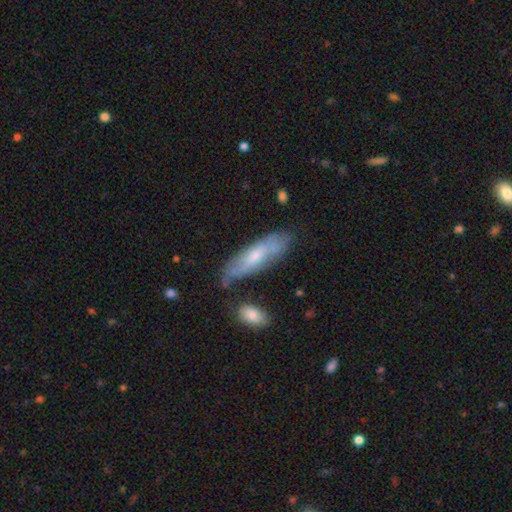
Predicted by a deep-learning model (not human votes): Q: Smooth or featured?
A: smooth (54%); runner-up: featured or disk (40%)
Q: How rounded?
A: cigar-shaped (55%); runner-up: in between (43%)
Q: Merging?
A: none (65%); runner-up: minor disturbance (22%)